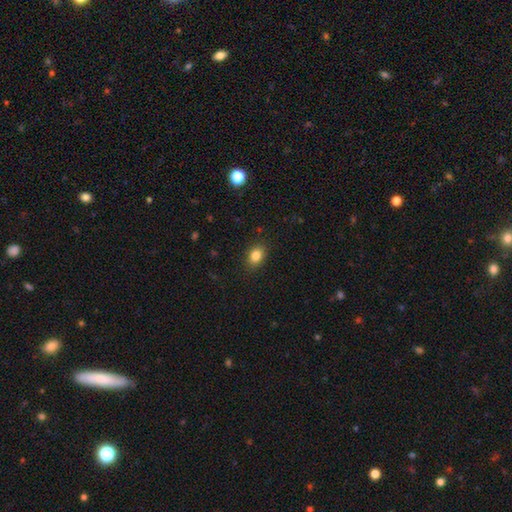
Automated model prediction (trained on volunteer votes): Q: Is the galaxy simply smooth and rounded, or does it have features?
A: smooth — 83%.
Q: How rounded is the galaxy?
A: in between — 74%.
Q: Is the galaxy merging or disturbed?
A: none — 87%.